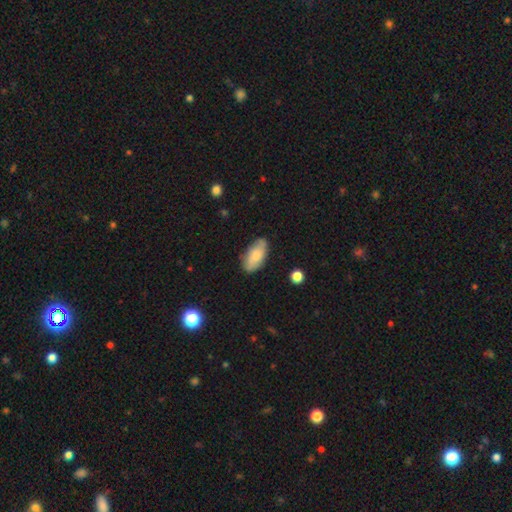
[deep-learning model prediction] Smooth or featured? smooth (72%)
How rounded? in between (93%)
Merging? none (78%)